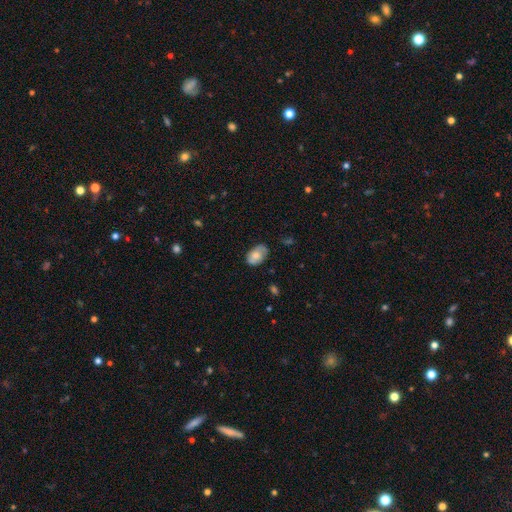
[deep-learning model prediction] smooth-or-featured: smooth: 69% | featured or disk: 24% | star or artifact: 7%
  how-rounded: in between: 88% | round: 10% | cigar-shaped: 1%
  merging: none: 70% | minor disturbance: 24% | major disturbance: 5% | merger: 2%